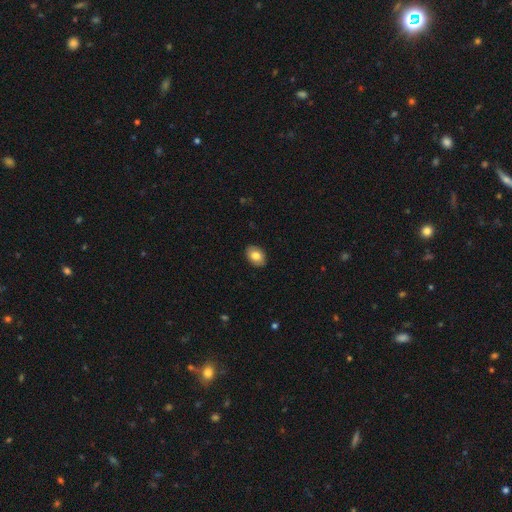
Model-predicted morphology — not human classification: The model was most divided on "how rounded": in between: 78%, round: 21%, cigar-shaped: 1%. More confident: merging — none (90%); smooth or featured — smooth (80%).